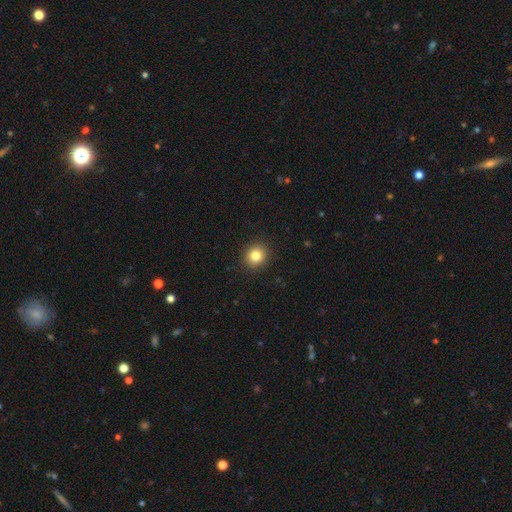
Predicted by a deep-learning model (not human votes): A smooth galaxy with no disk features (83%) that is round (87%). Merging: none (92%).